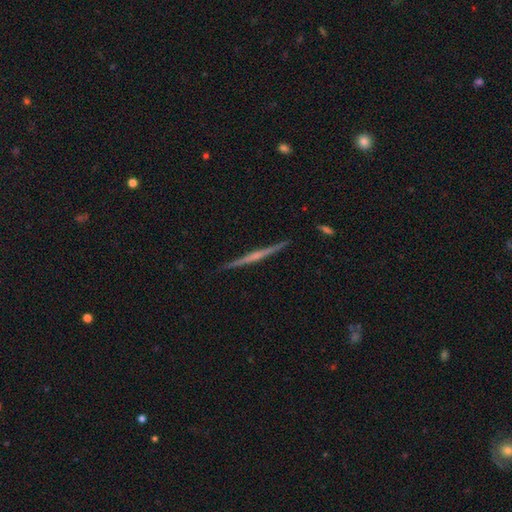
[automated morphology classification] The model was most divided on "edge-on bulge": rounded: 46%, none: 42%, boxy: 12%. More confident: edge-on disk — yes (98%); merging — none (91%); smooth or featured — featured or disk (74%).